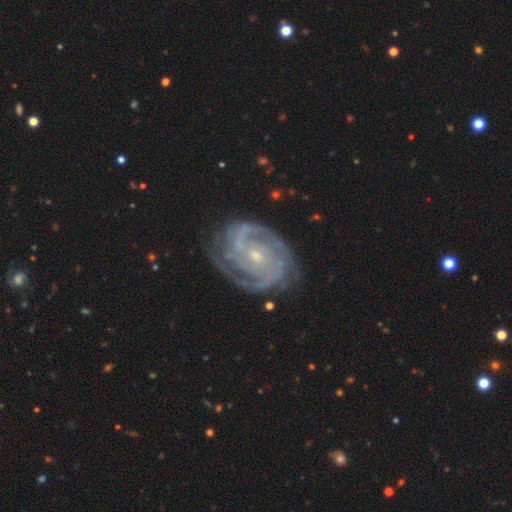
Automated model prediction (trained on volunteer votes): This is clearly a featured or disk galaxy (90%). It is clearly not viewed edge-on (98%). Bar: likely no (67%). Spiral arm pattern: clearly yes (98%). Spiral arm count: marginally 2 (40%). Spiral winding: likely tight (71%). Central bulge: likely small (71%). Merging: likely none (75%).